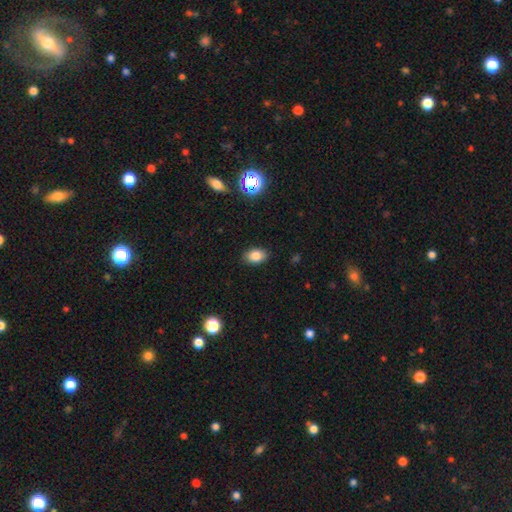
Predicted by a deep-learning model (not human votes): Overall: smooth (83%). How rounded: in between (82%). Merging: none (87%).